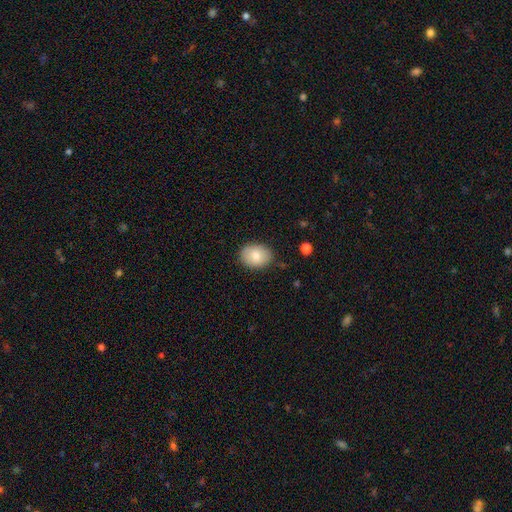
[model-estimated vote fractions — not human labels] smooth_or_featured: smooth (p=0.82) [alt: featured or disk p=0.11]
how_rounded: in between (p=0.65) [alt: round p=0.34]
merging: none (p=0.82) [alt: minor disturbance p=0.14]